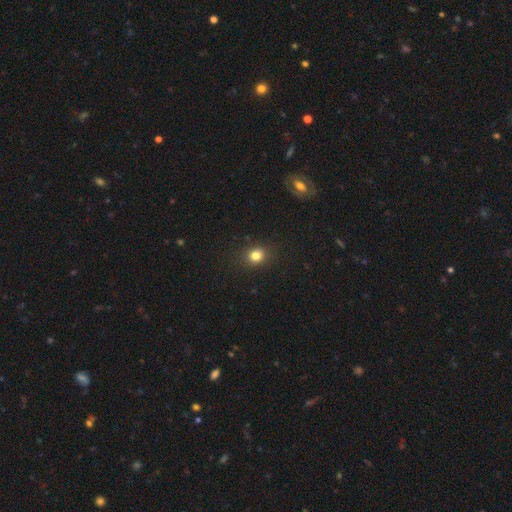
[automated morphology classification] Smooth or featured? Predicted: smooth (p=0.81). How rounded? Predicted: round (p=0.68). Merging? Predicted: none (p=0.87).